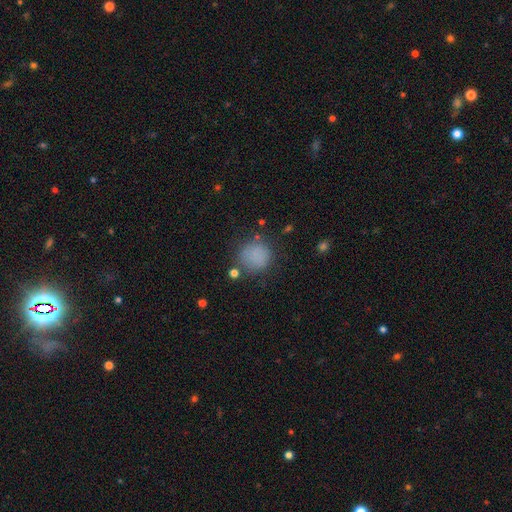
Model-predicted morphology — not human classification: This appears to be a smooth galaxy with no disk features (81%) that is round (89%). Merging: none (75%).